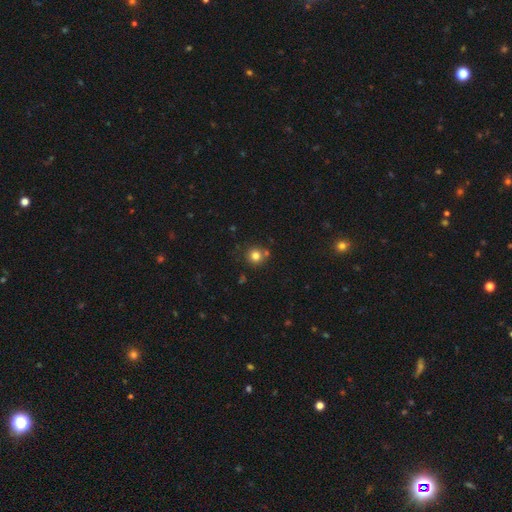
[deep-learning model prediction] This is likely a smooth galaxy (80%). How rounded: clearly round (93%). Merging: likely none (75%).